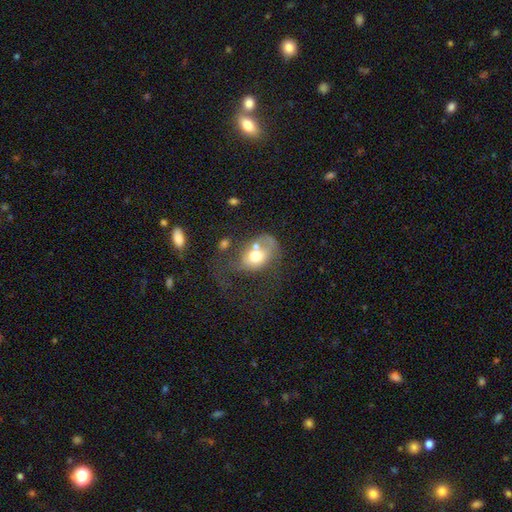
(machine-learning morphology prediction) Smooth or featured? smooth (56%)
How rounded? in between (65%)
Merging? major disturbance (36%)